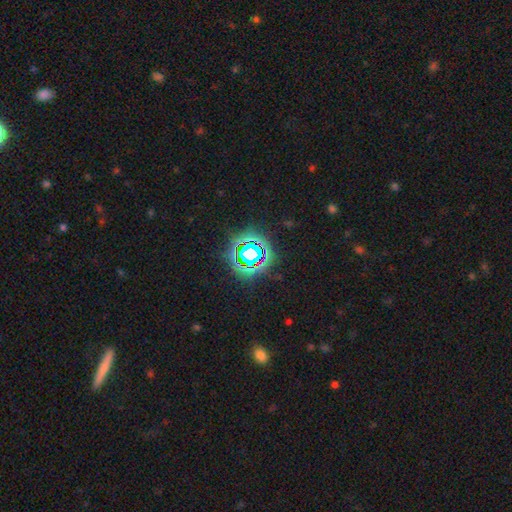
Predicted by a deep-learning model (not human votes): A star or artifact, not a galaxy (78%).

Vote fractions:
- Smooth or featured? star or artifact: 78% / smooth: 14% / featured or disk: 7%